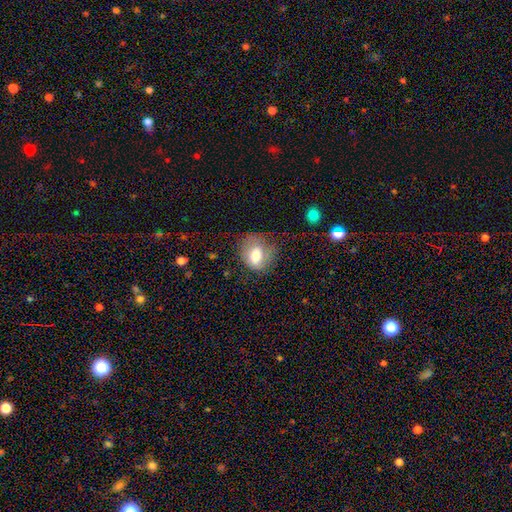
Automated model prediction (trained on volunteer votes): Smooth or featured: smooth — 71% (featured or disk — 20%)
How rounded: round — 52% (in between — 47%)
Merging: none — 49% (minor disturbance — 31%)